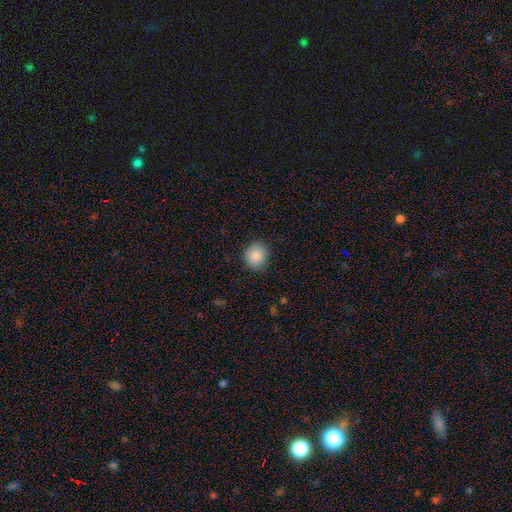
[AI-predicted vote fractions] Q: Smooth or featured?
A: smooth (86%); runner-up: star or artifact (9%)
Q: How rounded?
A: round (83%); runner-up: in between (17%)
Q: Merging?
A: none (87%); runner-up: minor disturbance (10%)